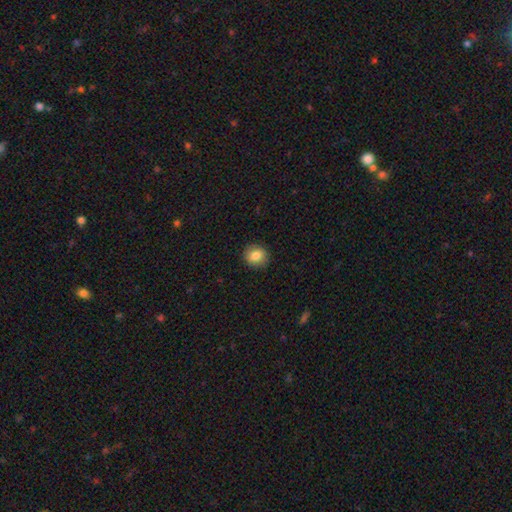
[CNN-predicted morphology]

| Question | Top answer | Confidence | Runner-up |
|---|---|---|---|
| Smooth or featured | smooth | 83% | star or artifact (9%) |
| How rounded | round | 79% | in between (20%) |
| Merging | none | 90% | minor disturbance (7%) |